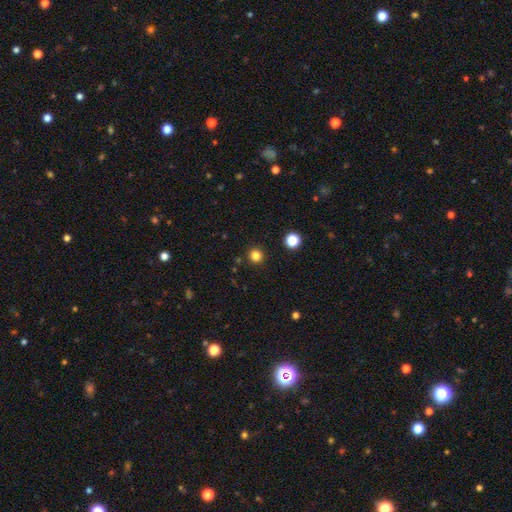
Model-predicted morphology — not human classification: A smooth galaxy with no disk features (82%) that is round (94%).

Vote fractions:
- Smooth or featured? smooth: 82% / star or artifact: 14% / featured or disk: 4%
- How rounded? round: 94% / in between: 5% / cigar-shaped: 1%
- Merging? none: 91% / minor disturbance: 5% / major disturbance: 2% / merger: 2%